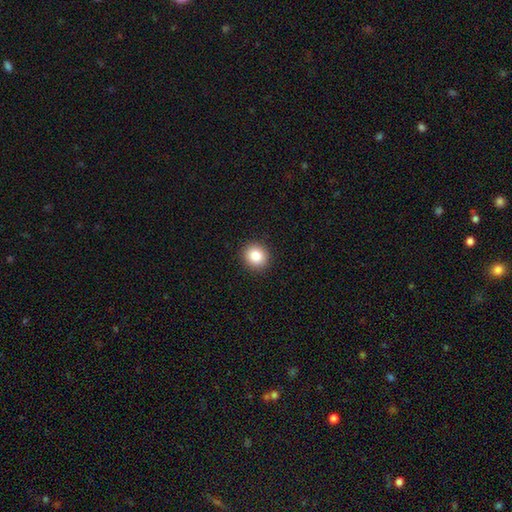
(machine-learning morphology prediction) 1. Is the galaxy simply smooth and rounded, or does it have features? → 85% smooth, 10% star or artifact, 5% featured or disk.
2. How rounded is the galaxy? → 86% round, 13% in between, 1% cigar-shaped.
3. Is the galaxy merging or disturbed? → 92% none, 5% minor disturbance, 2% major disturbance, 1% merger.